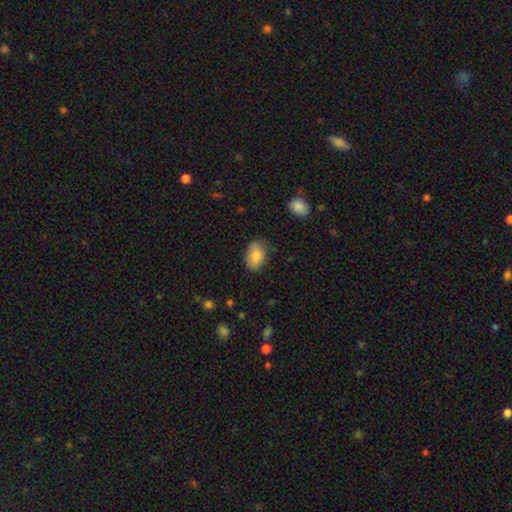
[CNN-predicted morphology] Smooth or featured? Predicted: smooth (p=0.81). How rounded? Predicted: in between (p=0.86). Merging? Predicted: none (p=0.77).